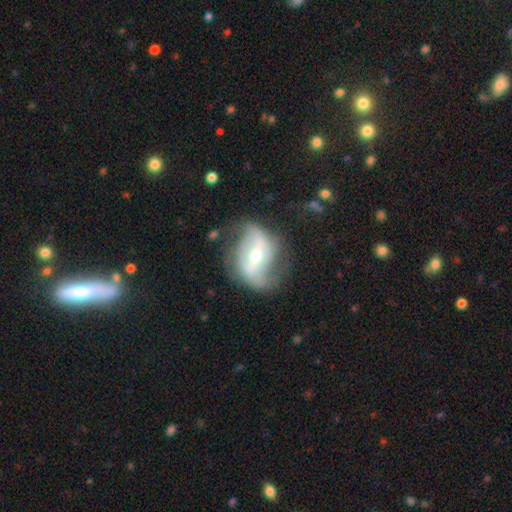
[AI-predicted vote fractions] Q: Smooth or featured?
A: featured or disk (79%); runner-up: smooth (14%)
Q: Edge-on disk?
A: no (94%); runner-up: yes (6%)
Q: Bar?
A: strong (52%); runner-up: weak (29%)
Q: Spiral arms?
A: yes (82%); runner-up: no (18%)
Q: Spiral winding?
A: loose (57%); runner-up: medium (31%)
Q: Spiral arm count?
A: 2 (84%); runner-up: can't tell (8%)
Q: Bulge size?
A: moderate (49%); runner-up: small (47%)
Q: Merging?
A: none (62%); runner-up: minor disturbance (22%)